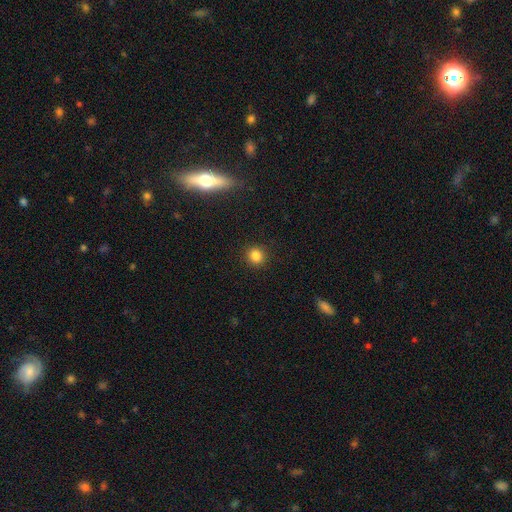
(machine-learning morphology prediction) This is clearly a smooth galaxy (84%). How rounded: clearly round (89%). Merging: clearly none (91%).